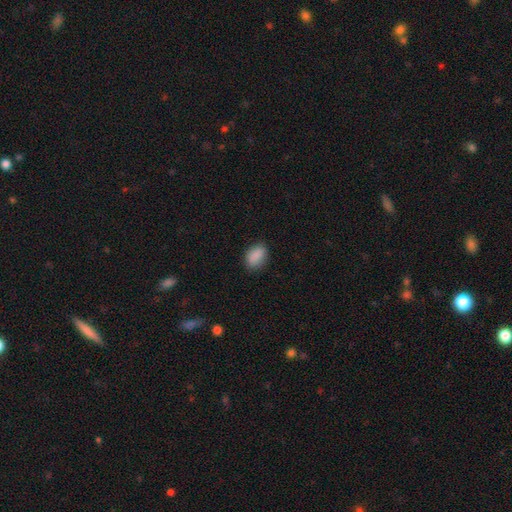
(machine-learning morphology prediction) smooth_or_featured: smooth (p=0.88) [alt: star or artifact p=0.08]
how_rounded: in between (p=0.84) [alt: round p=0.15]
merging: none (p=0.83) [alt: minor disturbance p=0.13]